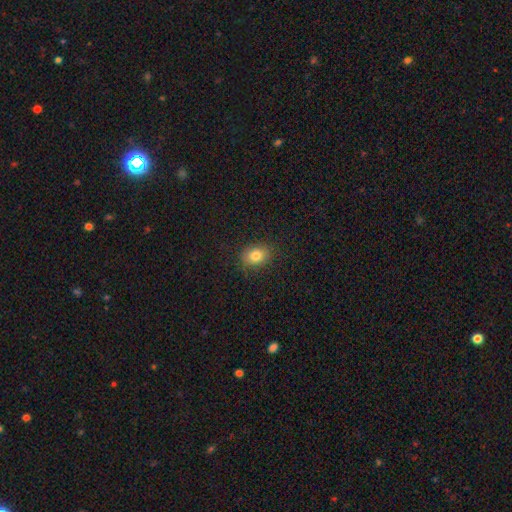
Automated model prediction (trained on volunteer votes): A smooth galaxy with no disk features (82%) that is in between round and cigar-shaped (59%).

Vote fractions:
- Smooth or featured? smooth: 82% / star or artifact: 11% / featured or disk: 8%
- How rounded? in between: 59% / round: 40% / cigar-shaped: 1%
- Merging? none: 83% / minor disturbance: 12% / major disturbance: 3% / merger: 1%